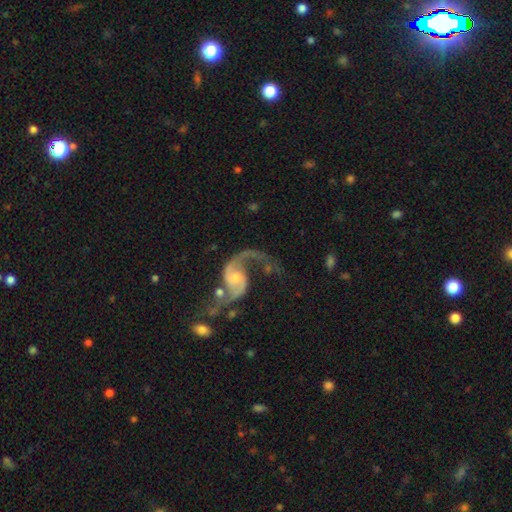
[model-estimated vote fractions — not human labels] A featured or disk galaxy (85%) with no bar (50%), 2 (68%) loose (63%) spiral arms (94%) and a small central bulge (44%). Merging: none (40%).